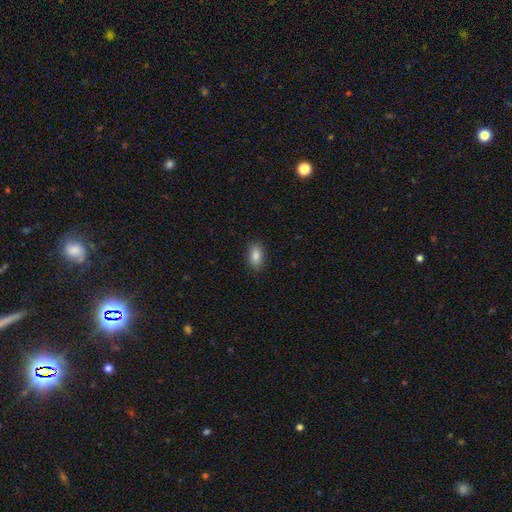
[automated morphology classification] This appears to be a smooth galaxy with no disk features (86%) that is in between round and cigar-shaped (90%). Merging: none (89%).